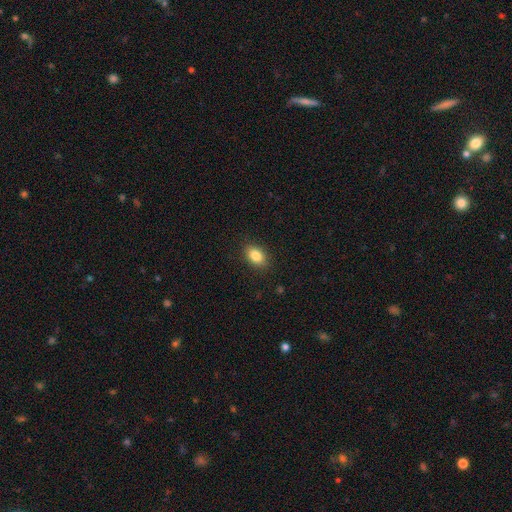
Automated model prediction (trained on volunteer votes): Morphology: type=smooth (85%); roundness=in between (82%); merging=none (89%).